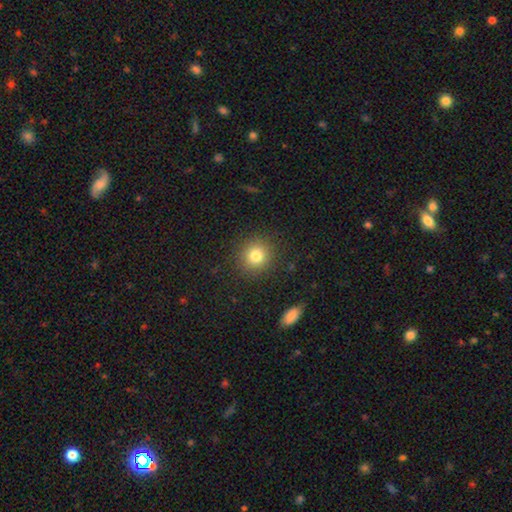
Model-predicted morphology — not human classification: Smooth or featured: smooth — 80% (star or artifact — 12%)
How rounded: round — 90% (in between — 9%)
Merging: none — 89% (minor disturbance — 7%)